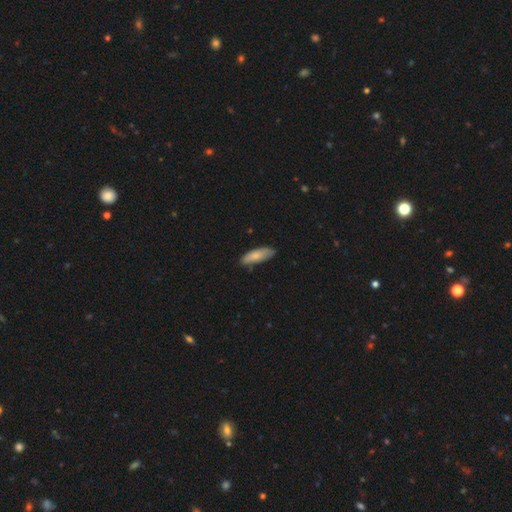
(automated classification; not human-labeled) Smooth or featured: smooth — 78% (featured or disk — 16%)
How rounded: in between — 61% (cigar-shaped — 38%)
Merging: none — 75% (minor disturbance — 21%)